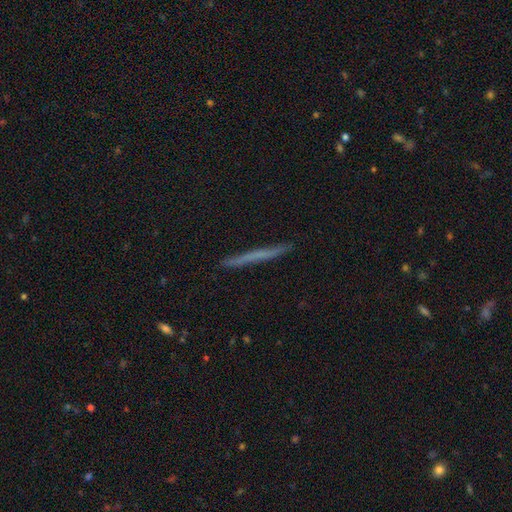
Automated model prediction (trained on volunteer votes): This is possibly a smooth galaxy (49%). Merging: clearly none (91%).